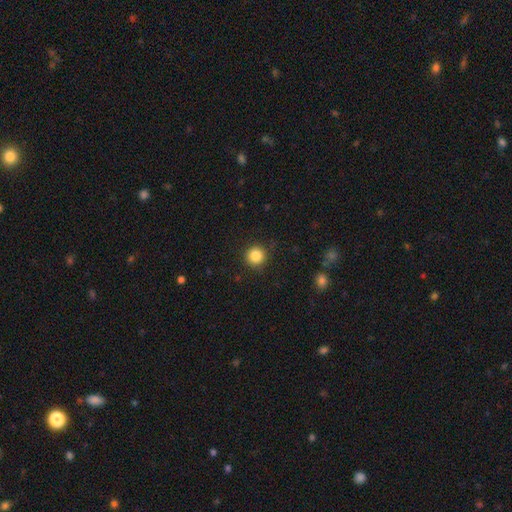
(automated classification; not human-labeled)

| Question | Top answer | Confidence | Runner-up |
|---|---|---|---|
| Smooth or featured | smooth | 85% | star or artifact (11%) |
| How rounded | round | 94% | in between (5%) |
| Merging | none | 91% | minor disturbance (6%) |